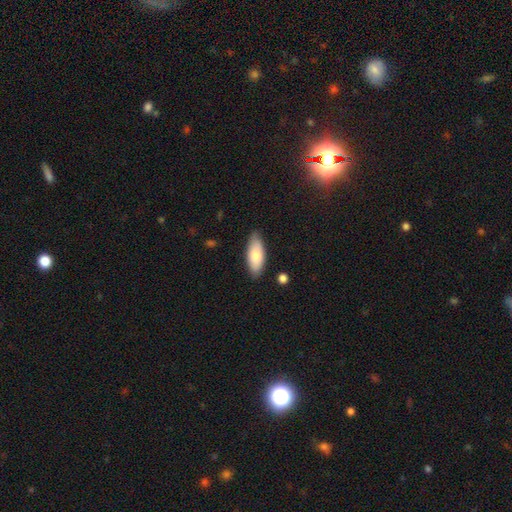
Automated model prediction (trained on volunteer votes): A smooth galaxy with no disk features (78%) that is in between round and cigar-shaped (81%).

Vote fractions:
- Smooth or featured? smooth: 78% / featured or disk: 16% / star or artifact: 6%
- How rounded? in between: 81% / cigar-shaped: 17% / round: 2%
- Merging? none: 82% / minor disturbance: 14% / major disturbance: 2% / merger: 2%